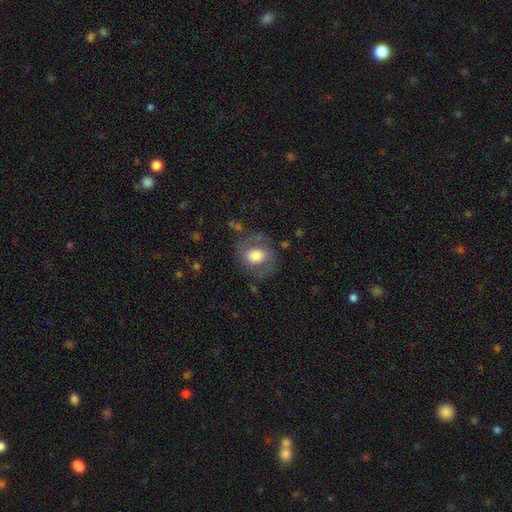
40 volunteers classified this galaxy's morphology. Volunteers were most divided on "spiral winding": medium: 45%, tight: 27%, loose: 27%. More confident: edge-on disk — no (100%); merging — none (92%); spiral arm count — 2 (91%); spiral arms — yes (81%); bar — no (70%); smooth or featured — featured or disk (68%); bulge size — large (52%).